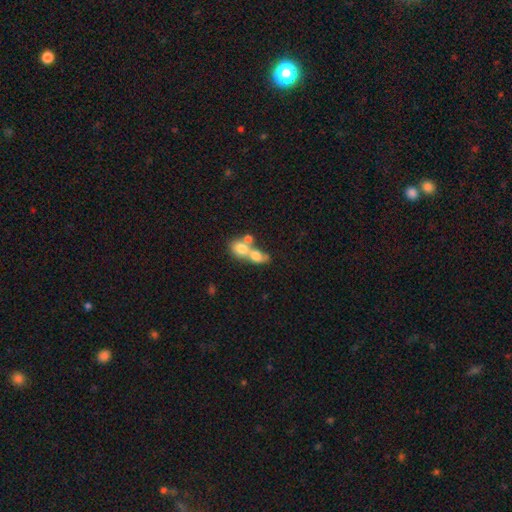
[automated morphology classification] Smooth or featured? smooth (68%)
How rounded? in between (50%)
Merging? merger (72%)